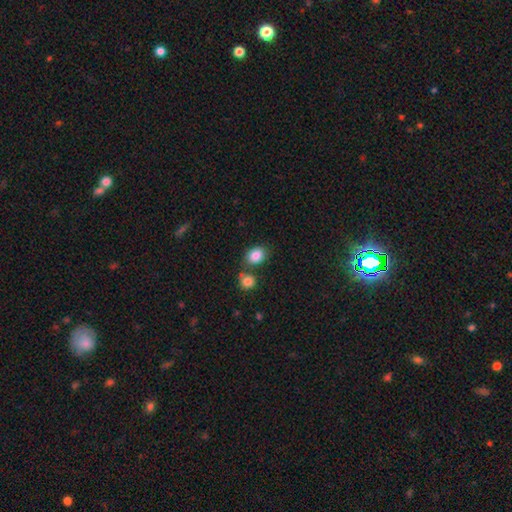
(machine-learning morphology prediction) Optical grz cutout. It shows a smooth galaxy with no disk features (86%) that is in between round and cigar-shaped (57%). Merging: none (66%).